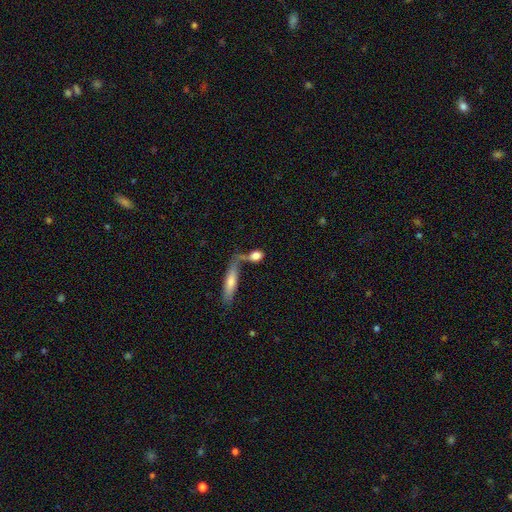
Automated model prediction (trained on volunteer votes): smooth 76%, featured or disk 16%, star or artifact 8%. Down the decision tree: how rounded — in between (54%); merging — none (41%).